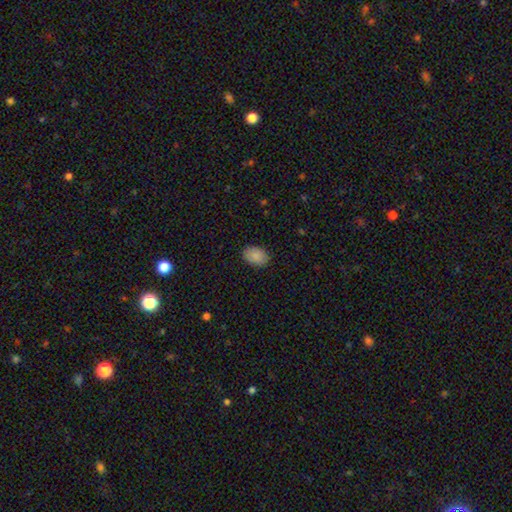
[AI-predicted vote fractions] A smooth galaxy with no disk features (88%) that is in between round and cigar-shaped (84%).

Vote fractions:
- Smooth or featured? smooth: 88% / star or artifact: 7% / featured or disk: 4%
- How rounded? in between: 84% / round: 15% / cigar-shaped: 1%
- Merging? none: 88% / minor disturbance: 9% / major disturbance: 2% / merger: 1%